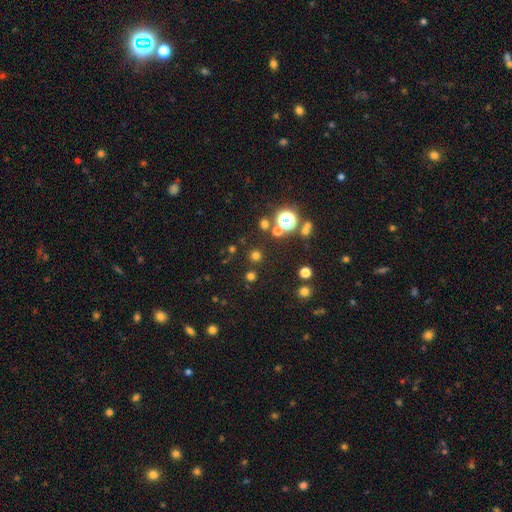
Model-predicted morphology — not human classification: Smooth or featured?
  - smooth: 67% *
  - star or artifact: 28%
  - featured or disk: 6%
How rounded?
  - round: 95% *
  - in between: 4%
  - cigar-shaped: 1%
Merging?
  - none: 86% *
  - minor disturbance: 6%
  - merger: 5%
  - major disturbance: 3%